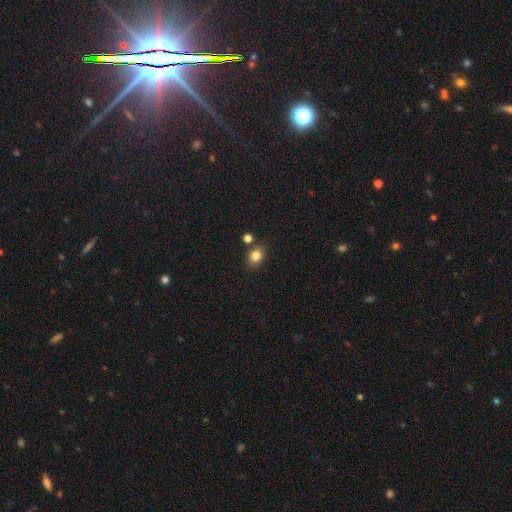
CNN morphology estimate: smooth_or_featured: smooth (p=0.83) [alt: star or artifact p=0.11]
how_rounded: round (p=0.52) [alt: in between p=0.47]
merging: none (p=0.77) [alt: minor disturbance p=0.11]